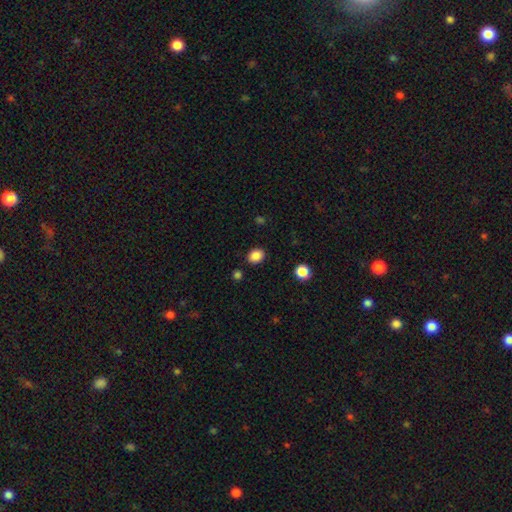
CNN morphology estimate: Smooth or featured? smooth (86%)
How rounded? in between (54%)
Merging? none (86%)